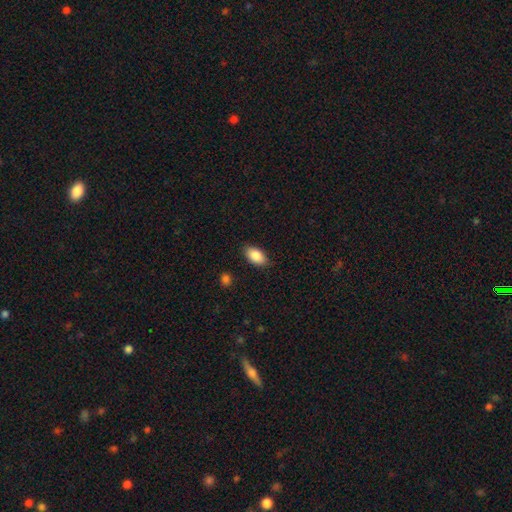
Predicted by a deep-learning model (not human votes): Morphology: type=smooth (88%); roundness=in between (93%); merging=none (85%).